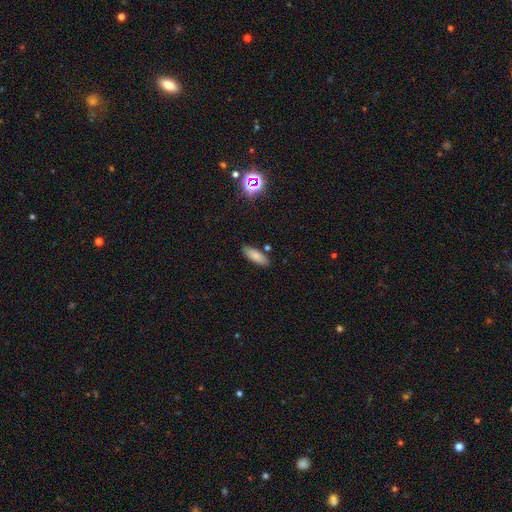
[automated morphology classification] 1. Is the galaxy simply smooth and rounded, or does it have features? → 80% smooth, 10% featured or disk, 10% star or artifact.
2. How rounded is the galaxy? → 64% in between, 34% cigar-shaped, 2% round.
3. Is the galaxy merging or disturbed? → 84% none, 10% minor disturbance, 4% merger, 2% major disturbance.